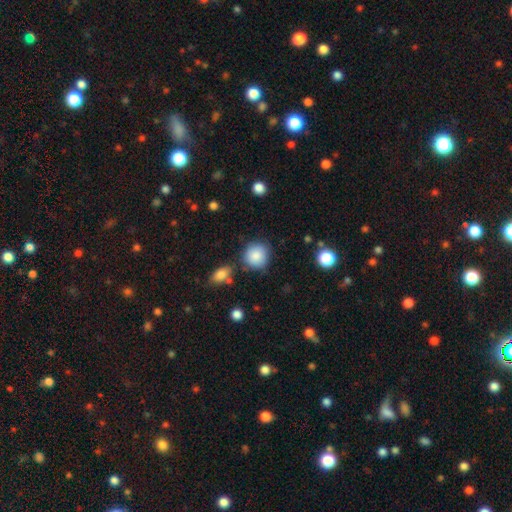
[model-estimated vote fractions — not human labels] Smooth or featured? Predicted: smooth (p=0.87). How rounded? Predicted: round (p=0.88). Merging? Predicted: none (p=0.79).